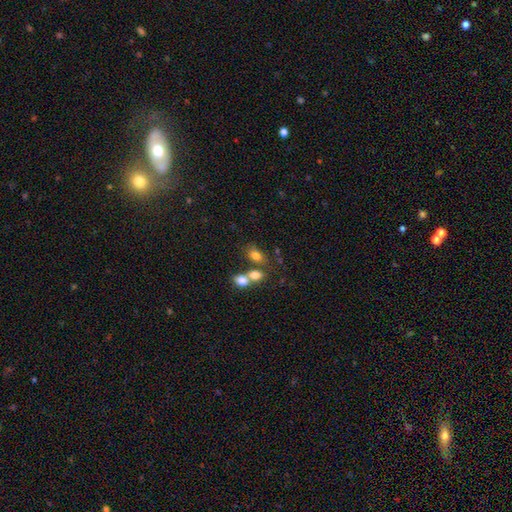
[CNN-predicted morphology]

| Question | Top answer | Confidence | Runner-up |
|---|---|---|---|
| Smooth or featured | smooth | 78% | star or artifact (11%) |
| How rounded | in between | 80% | round (18%) |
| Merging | none | 46% | merger (38%) |